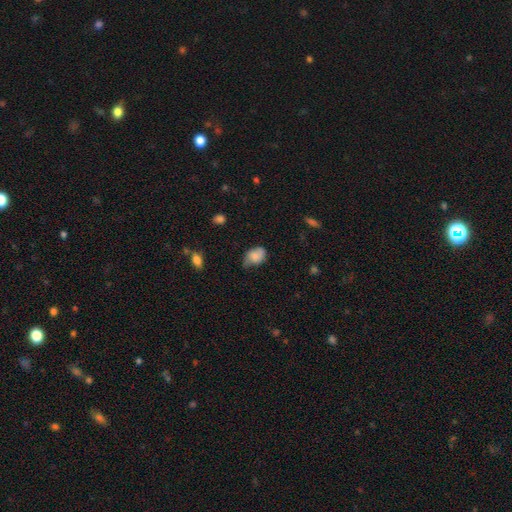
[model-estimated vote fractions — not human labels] Smooth or featured? Predicted: smooth (p=0.70). How rounded? Predicted: in between (p=0.75). Merging? Predicted: none (p=0.43).